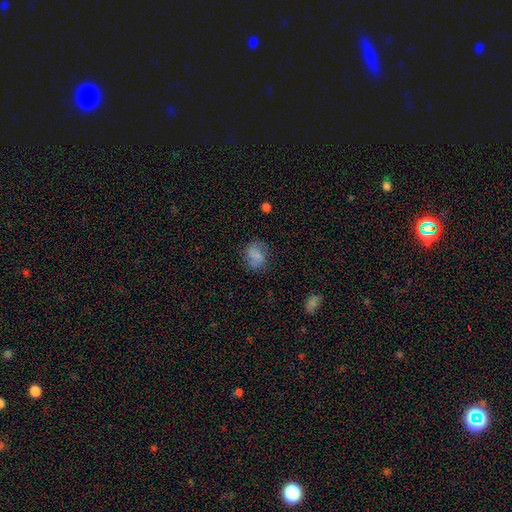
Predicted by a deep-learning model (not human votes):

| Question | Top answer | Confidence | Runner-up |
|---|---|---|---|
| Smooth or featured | smooth | 67% | featured or disk (21%) |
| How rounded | in between | 49% | tied: round (49%) |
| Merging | none | 65% | minor disturbance (22%) |